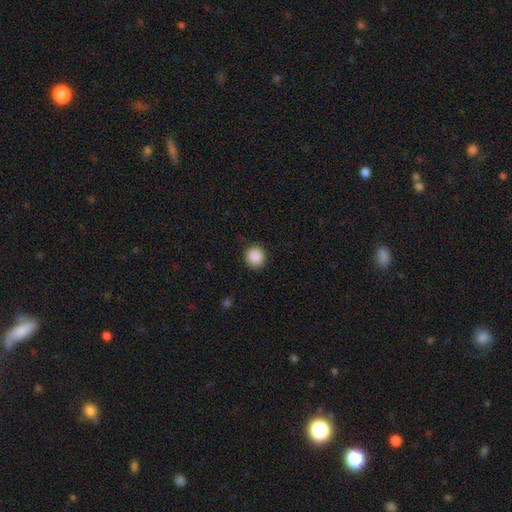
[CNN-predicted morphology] smooth 88%, star or artifact 9%, featured or disk 3%. Down the decision tree: how rounded — round (91%); merging — none (91%).